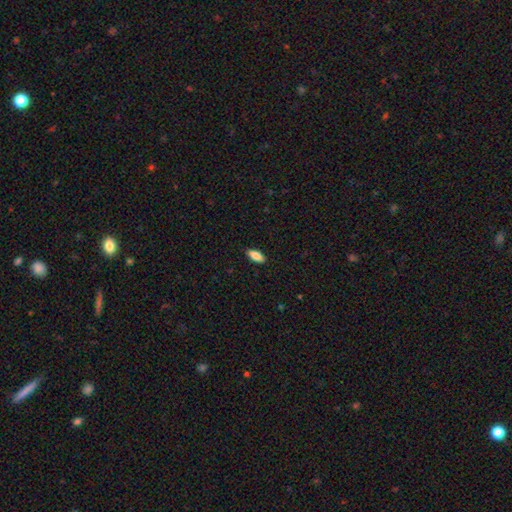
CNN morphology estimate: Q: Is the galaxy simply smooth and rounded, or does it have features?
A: smooth — 84%.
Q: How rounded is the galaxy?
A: in between — 82%.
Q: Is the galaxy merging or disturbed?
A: none — 88%.